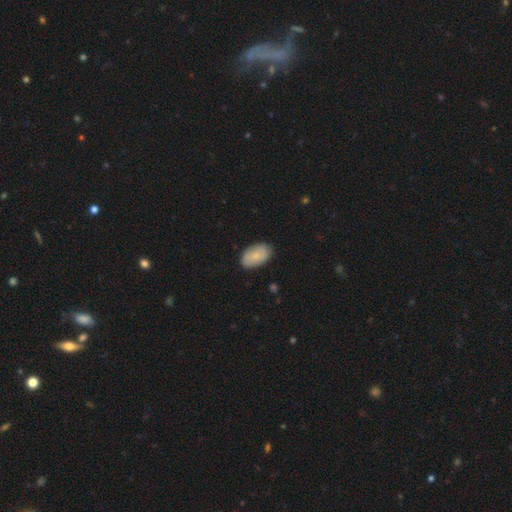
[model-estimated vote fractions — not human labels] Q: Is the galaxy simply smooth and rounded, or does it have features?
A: smooth — 78%.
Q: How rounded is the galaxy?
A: in between — 94%.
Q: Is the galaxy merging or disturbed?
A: none — 84%.